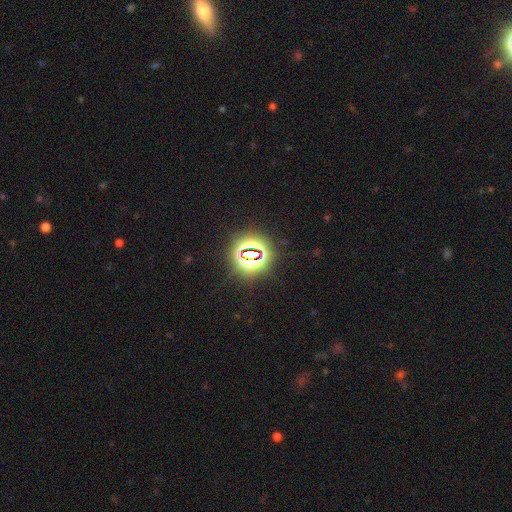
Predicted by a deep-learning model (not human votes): A star or artifact, not a galaxy (78%).